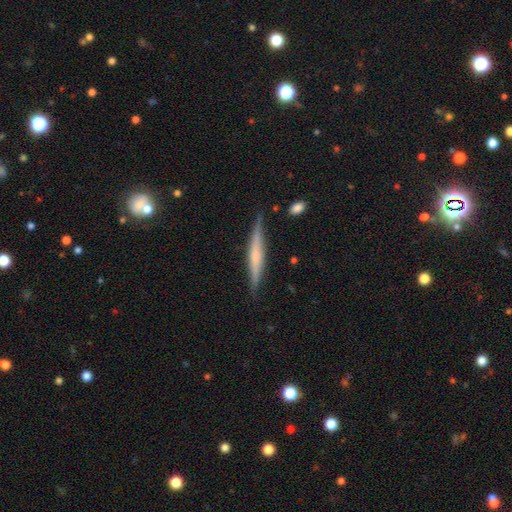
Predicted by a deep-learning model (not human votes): This appears to be a featured or disk galaxy (59%) viewed edge-on (97%) with a rounded central bulge (44%). Merging: none (86%).